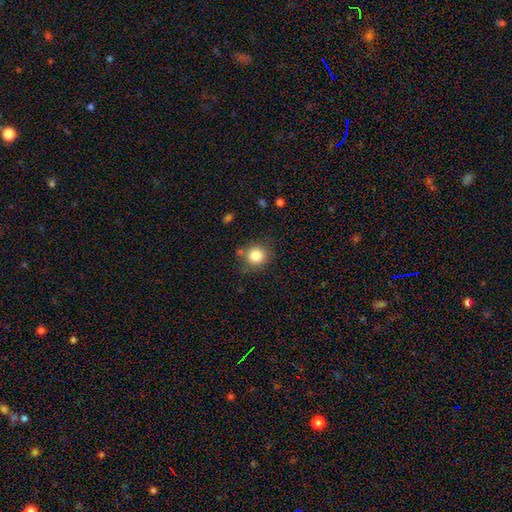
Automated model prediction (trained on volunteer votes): A smooth galaxy with no disk features (82%) that is round (87%).

Vote fractions:
- Smooth or featured? smooth: 82% / star or artifact: 11% / featured or disk: 7%
- How rounded? round: 87% / in between: 12% / cigar-shaped: 1%
- Merging? none: 78% / minor disturbance: 13% / merger: 5% / major disturbance: 4%